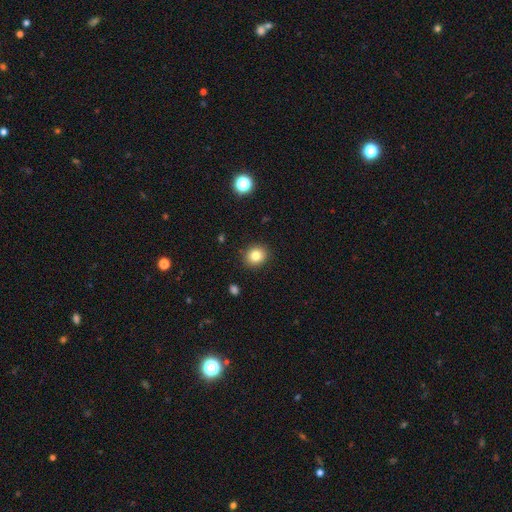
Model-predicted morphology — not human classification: The model was most divided on "how rounded": round: 80%, in between: 19%, cigar-shaped: 1%. More confident: merging — none (90%); smooth or featured — smooth (82%).